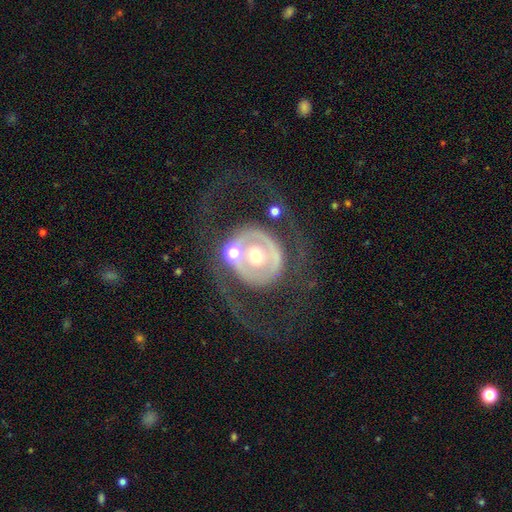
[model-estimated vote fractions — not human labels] This appears to be a featured or disk galaxy (74%) with no bar (71%), no spiral arms (55%) and a moderate central bulge (69%). Merging: none (51%).